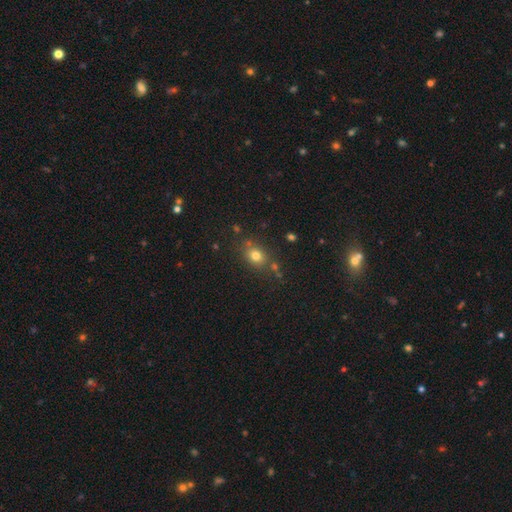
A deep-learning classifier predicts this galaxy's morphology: Q: Smooth or featured?
A: smooth (76%); runner-up: star or artifact (15%)
Q: How rounded?
A: round (50%); runner-up: in between (48%)
Q: Merging?
A: none (74%); runner-up: minor disturbance (14%)